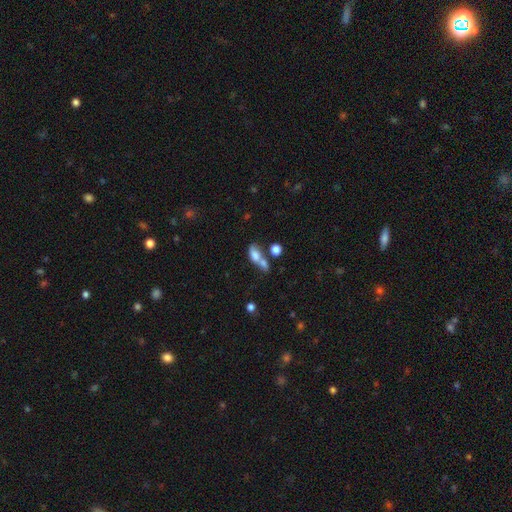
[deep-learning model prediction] Smooth or featured? Predicted: smooth (p=0.71). How rounded? Predicted: in between (p=0.76). Merging? Predicted: merger (p=0.54).